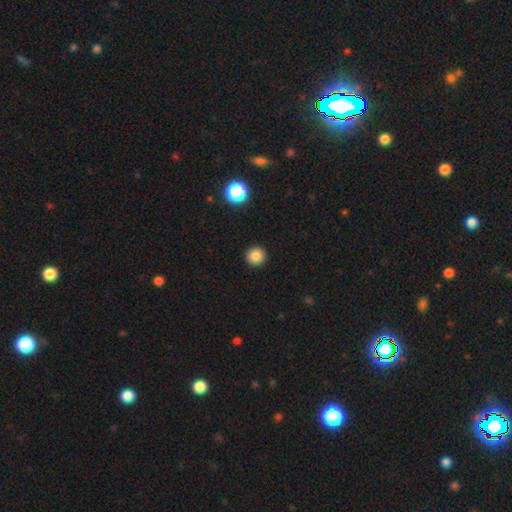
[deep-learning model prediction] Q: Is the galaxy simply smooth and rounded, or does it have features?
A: smooth — 85%.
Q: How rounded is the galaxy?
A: round — 95%.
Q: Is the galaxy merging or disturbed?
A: none — 93%.